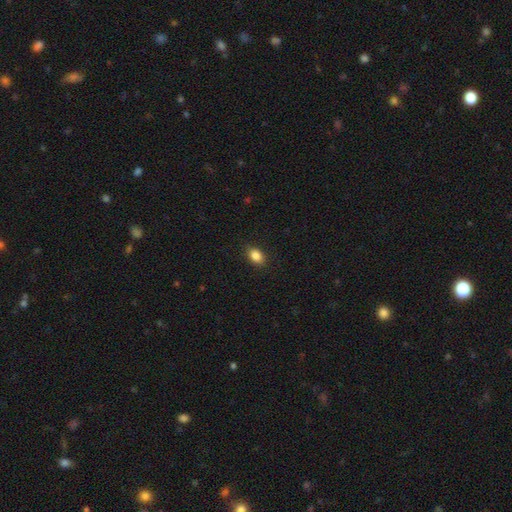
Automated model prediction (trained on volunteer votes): A smooth galaxy with no disk features (87%) that is in between round and cigar-shaped (79%). Merging: none (88%).